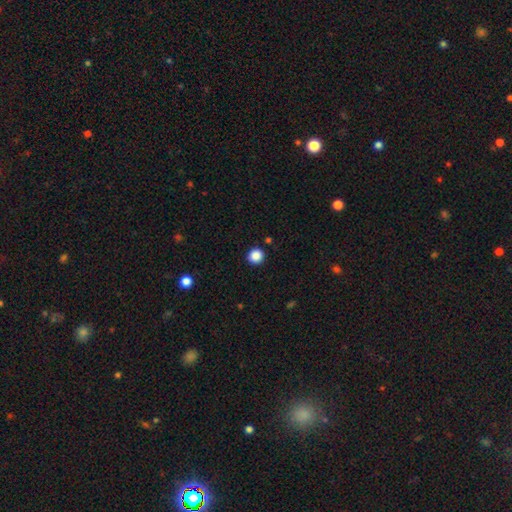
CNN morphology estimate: A smooth galaxy with no disk features (87%) that is round (93%). Merging: none (92%).